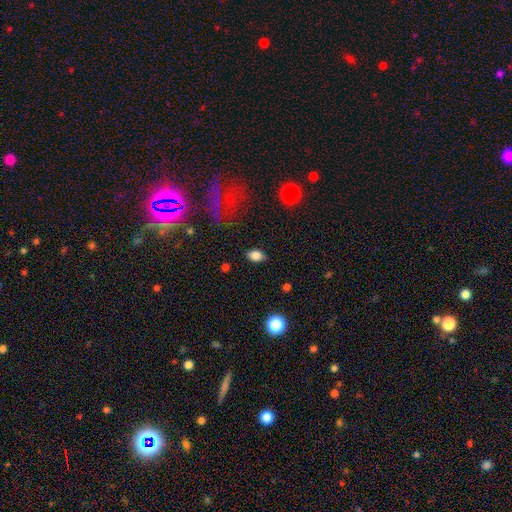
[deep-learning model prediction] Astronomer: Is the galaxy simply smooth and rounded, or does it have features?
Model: smooth — 83%.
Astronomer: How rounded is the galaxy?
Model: in between — 85%.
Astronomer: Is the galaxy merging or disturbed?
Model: none — 85%.